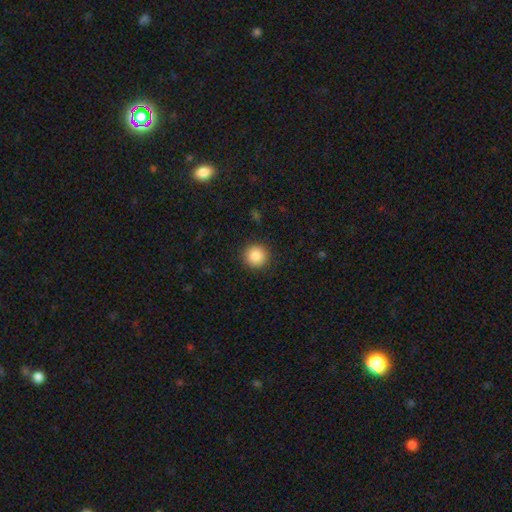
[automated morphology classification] Smooth or featured: smooth — 87% (star or artifact — 9%)
How rounded: round — 95% (in between — 4%)
Merging: none — 92% (minor disturbance — 5%)